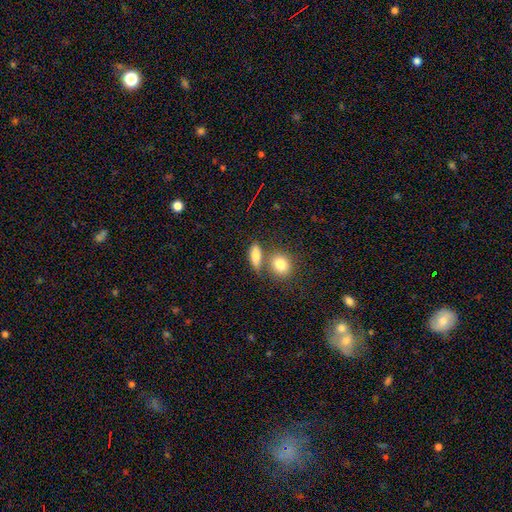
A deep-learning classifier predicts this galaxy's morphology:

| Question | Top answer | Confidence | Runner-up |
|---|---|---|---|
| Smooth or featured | smooth | 80% | featured or disk (11%) |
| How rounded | in between | 64% | cigar-shaped (19%) |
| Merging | none | 58% | merger (25%) |